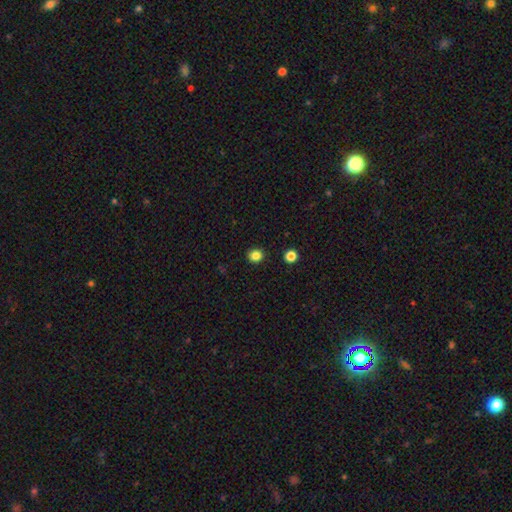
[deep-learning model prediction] Q: Smooth or featured?
A: smooth (84%); runner-up: star or artifact (12%)
Q: How rounded?
A: round (86%); runner-up: in between (13%)
Q: Merging?
A: none (91%); runner-up: minor disturbance (5%)